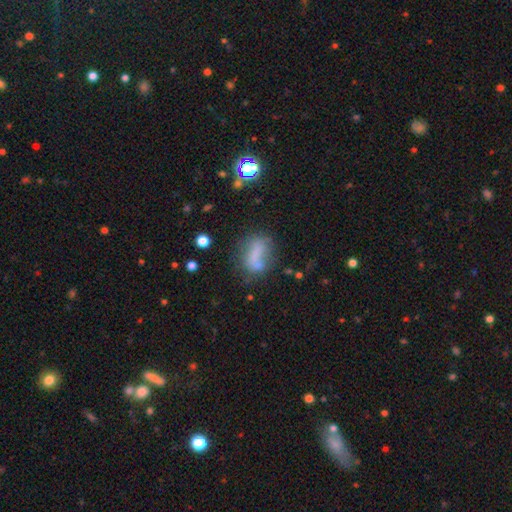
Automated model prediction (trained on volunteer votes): Smooth or featured?
  - smooth: 60% *
  - featured or disk: 25%
  - star or artifact: 15%
How rounded?
  - in between: 70% *
  - round: 19%
  - cigar-shaped: 12%
Merging?
  - none: 42% *
  - minor disturbance: 24%
  - major disturbance: 20%
  - merger: 14%